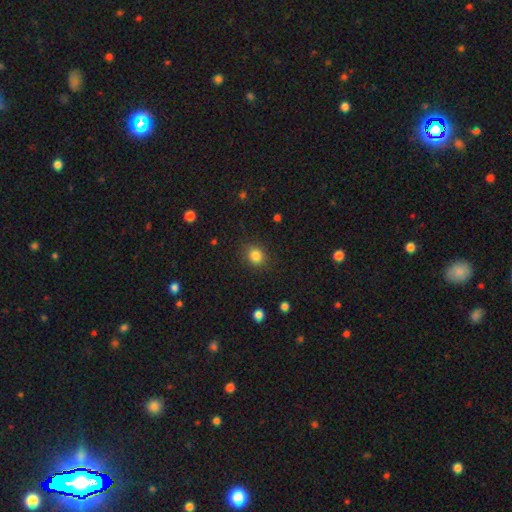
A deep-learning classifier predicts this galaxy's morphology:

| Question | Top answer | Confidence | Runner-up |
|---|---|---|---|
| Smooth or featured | smooth | 84% | star or artifact (11%) |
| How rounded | round | 69% | in between (30%) |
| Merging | none | 86% | minor disturbance (9%) |